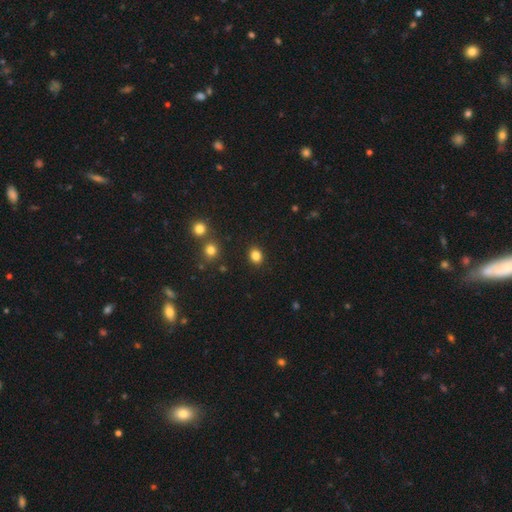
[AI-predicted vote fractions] This is clearly a smooth galaxy (84%). How rounded: possibly round (59%). Merging: clearly none (89%).